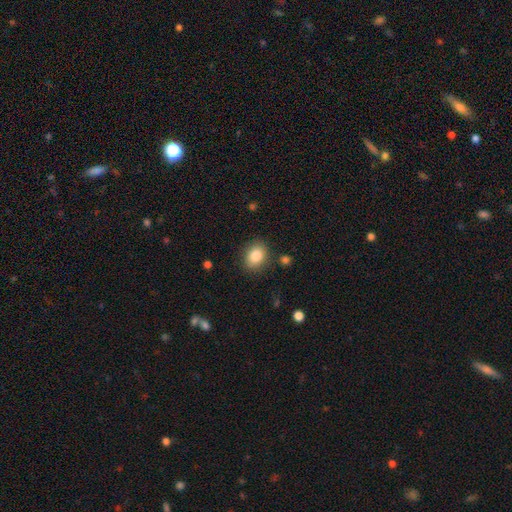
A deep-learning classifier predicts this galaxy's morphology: type=smooth (84%); roundness=in between (63%); merging=none (85%).